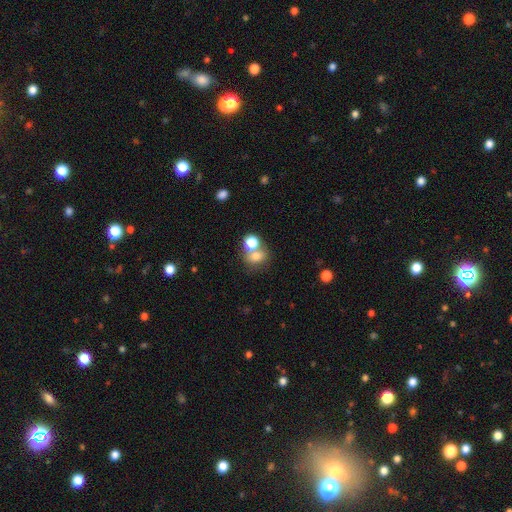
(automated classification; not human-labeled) smooth_or_featured: smooth (p=0.73) [alt: star or artifact p=0.14]
how_rounded: round (p=0.57) [alt: in between p=0.42]
merging: none (p=0.46) [alt: merger p=0.39]